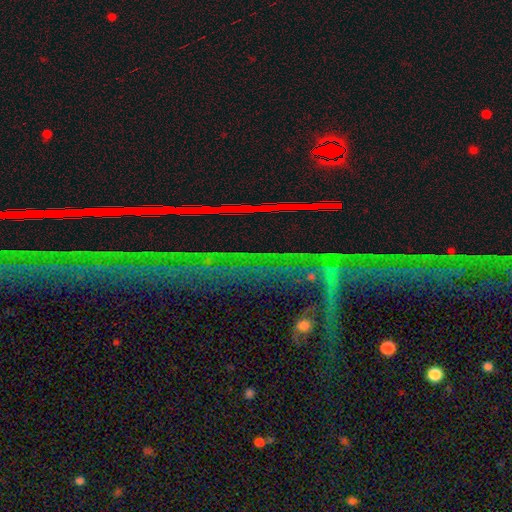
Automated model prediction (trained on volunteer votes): Smooth or featured?
  - star or artifact: 78% *
  - featured or disk: 13%
  - smooth: 9%